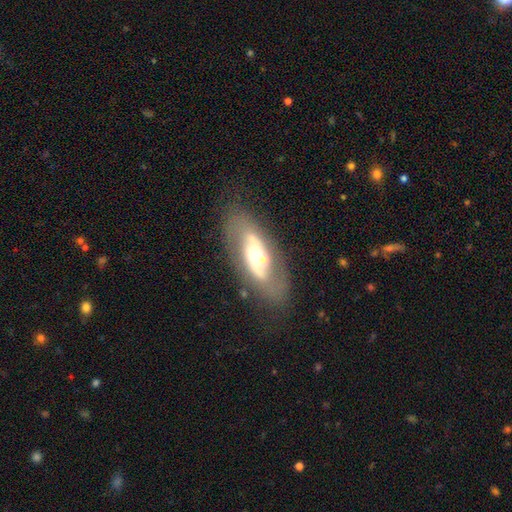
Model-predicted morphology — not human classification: A featured or disk galaxy (71%) with no bar (57%), spiral arms (63%) and a moderate central bulge (61%).

Vote fractions:
- Smooth or featured? featured or disk: 71% / smooth: 21% / star or artifact: 8%
- Edge-on disk? no: 88% / yes: 12%
- Bar? no: 57% / weak: 27% / strong: 16%
- Spiral arms? yes: 63% / no: 37%
- Bulge size? moderate: 61% / small: 21% / large: 13% / dominant: 2% / none: 2%
- Merging? none: 62% / minor disturbance: 17% / merger: 10% / major disturbance: 10%